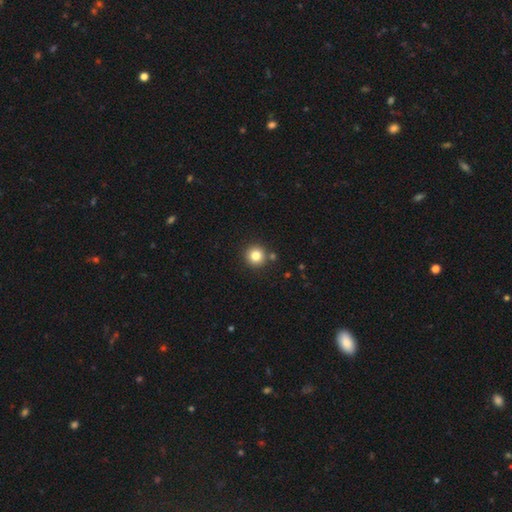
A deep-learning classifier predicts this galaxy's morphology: A smooth galaxy with no disk features (82%) that is round (95%).

Vote fractions:
- Smooth or featured? smooth: 82% / star or artifact: 11% / featured or disk: 6%
- How rounded? round: 95% / in between: 4% / cigar-shaped: 1%
- Merging? none: 86% / minor disturbance: 6% / merger: 5% / major disturbance: 2%